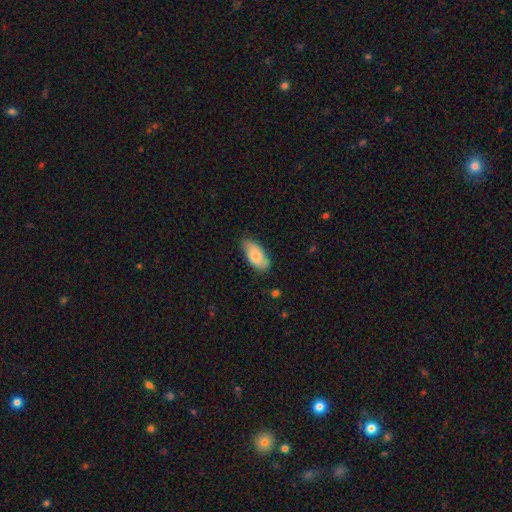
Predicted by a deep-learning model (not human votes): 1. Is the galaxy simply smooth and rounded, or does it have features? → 75% smooth, 19% featured or disk, 6% star or artifact.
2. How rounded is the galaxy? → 92% in between, 5% cigar-shaped, 2% round.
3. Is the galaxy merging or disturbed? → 72% none, 23% minor disturbance, 4% major disturbance, 1% merger.